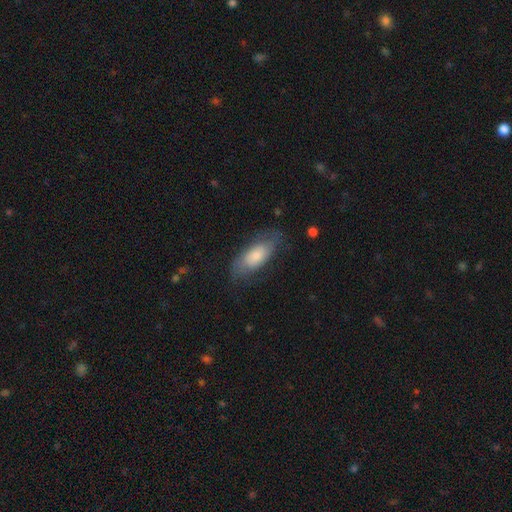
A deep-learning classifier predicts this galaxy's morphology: Smooth or featured? smooth (61%)
How rounded? in between (81%)
Merging? none (68%)